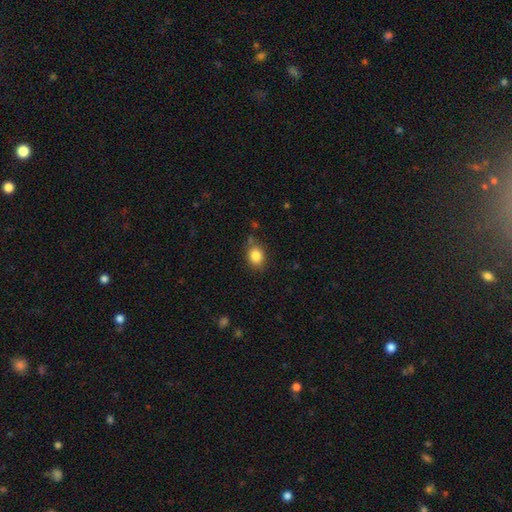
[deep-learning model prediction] Overall: smooth (85%). How rounded: round (50%; in between 49%). Merging: none (77%).